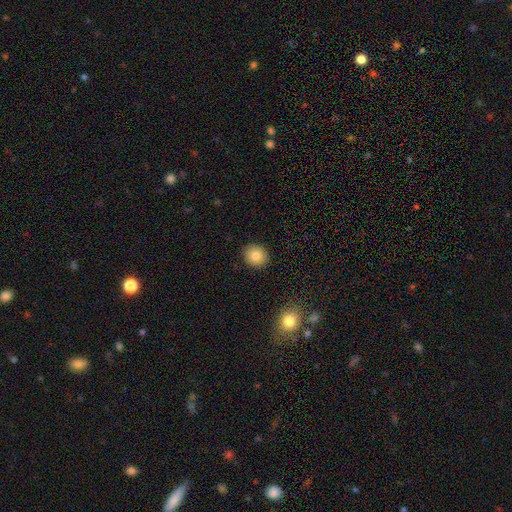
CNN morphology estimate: smooth-or-featured: smooth: 82% | star or artifact: 10% | featured or disk: 8%
  how-rounded: round: 83% | in between: 16% | cigar-shaped: 1%
  merging: none: 91% | minor disturbance: 6% | major disturbance: 2% | merger: 1%